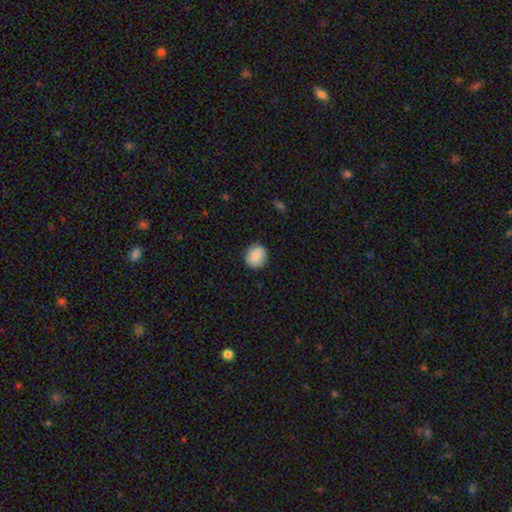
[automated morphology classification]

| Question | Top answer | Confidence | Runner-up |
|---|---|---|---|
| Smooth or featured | smooth | 88% | star or artifact (7%) |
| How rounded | round | 79% | in between (20%) |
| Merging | none | 86% | minor disturbance (10%) |